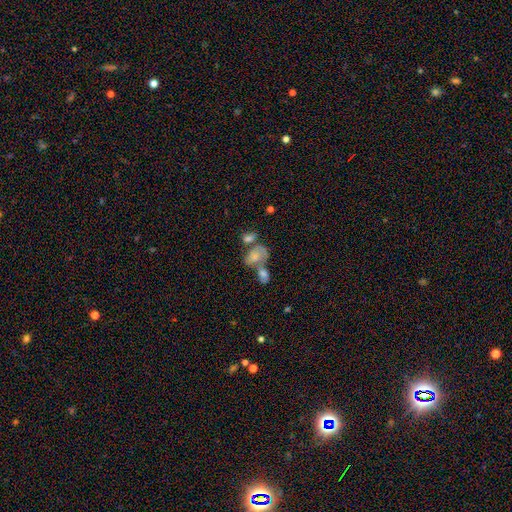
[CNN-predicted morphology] This is marginally a featured or disk galaxy (41%). Merging: marginally merger (39%).